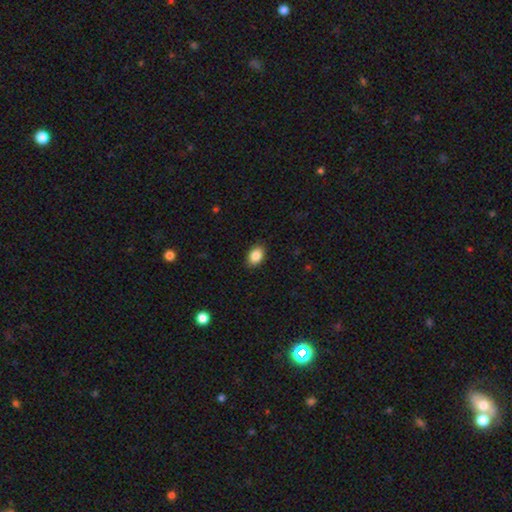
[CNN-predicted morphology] This appears to be a smooth galaxy with no disk features (88%) that is in between round and cigar-shaped (81%). Merging: none (87%).